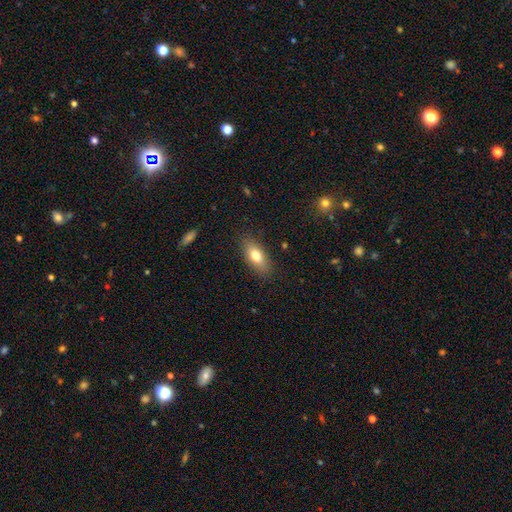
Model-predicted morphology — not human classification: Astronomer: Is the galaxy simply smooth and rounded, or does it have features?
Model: smooth — 75%.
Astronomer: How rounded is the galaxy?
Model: in between — 80%.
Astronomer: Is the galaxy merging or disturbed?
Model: none — 85%.